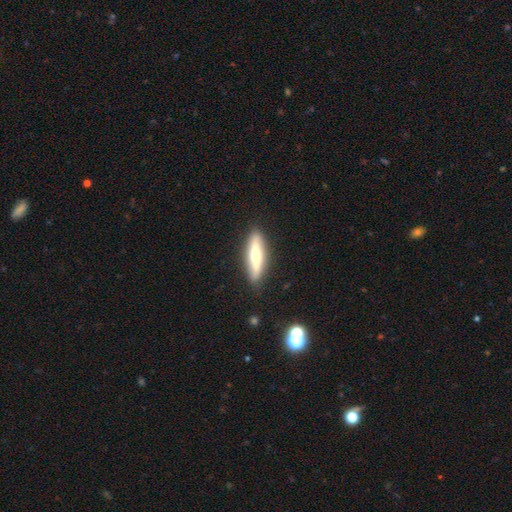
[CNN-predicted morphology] This appears to be a featured or disk galaxy (55%) viewed edge-on (85%). Merging: none (87%).